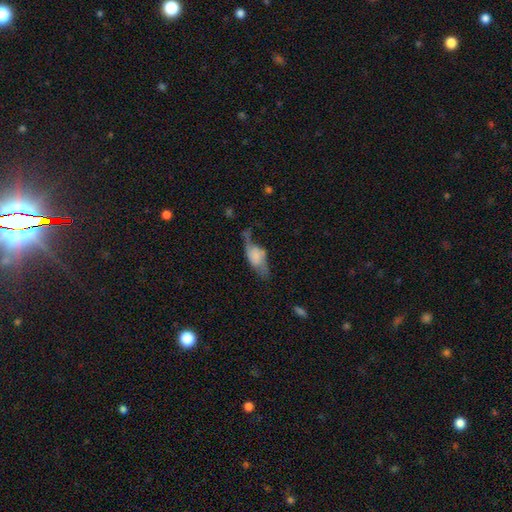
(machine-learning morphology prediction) This is possibly a smooth galaxy (49%). Merging: marginally major disturbance (34%).